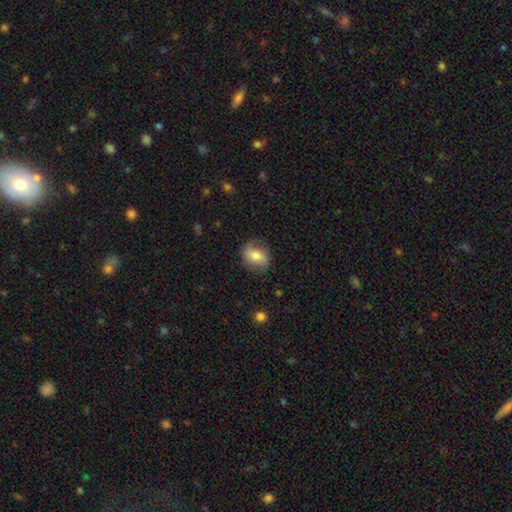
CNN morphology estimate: Smooth or featured?
  - smooth: 58% *
  - featured or disk: 34%
  - star or artifact: 8%
How rounded?
  - in between: 54% *
  - round: 44%
  - cigar-shaped: 2%
Merging?
  - none: 72% *
  - minor disturbance: 19%
  - major disturbance: 7%
  - merger: 1%